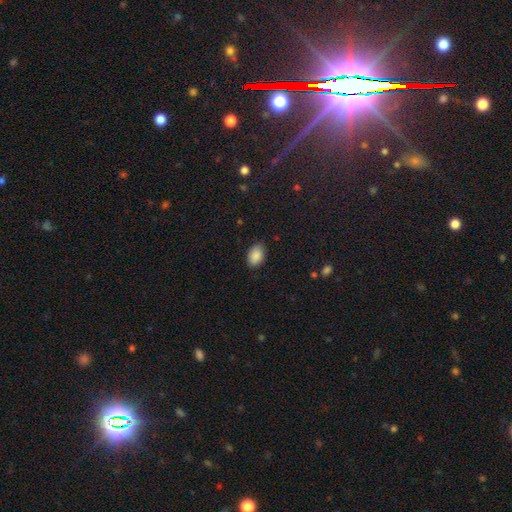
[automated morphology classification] Smooth or featured?
  - smooth: 89% *
  - star or artifact: 7%
  - featured or disk: 4%
How rounded?
  - in between: 87% *
  - round: 12%
  - cigar-shaped: 1%
Merging?
  - none: 83% *
  - minor disturbance: 14%
  - major disturbance: 3%
  - merger: 1%